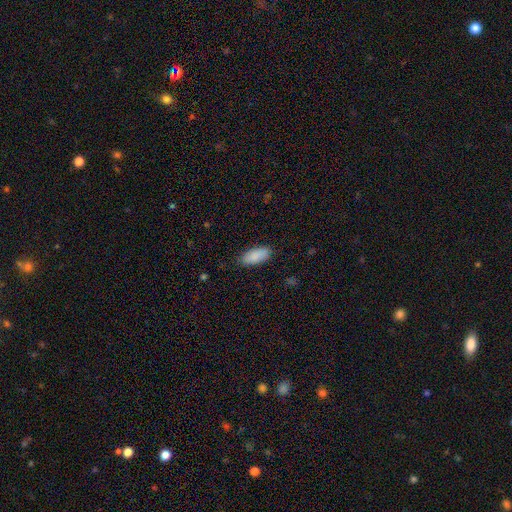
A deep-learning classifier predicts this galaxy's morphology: smooth 89%, star or artifact 6%, featured or disk 5%. Down the decision tree: how rounded — in between (85%); merging — none (86%).